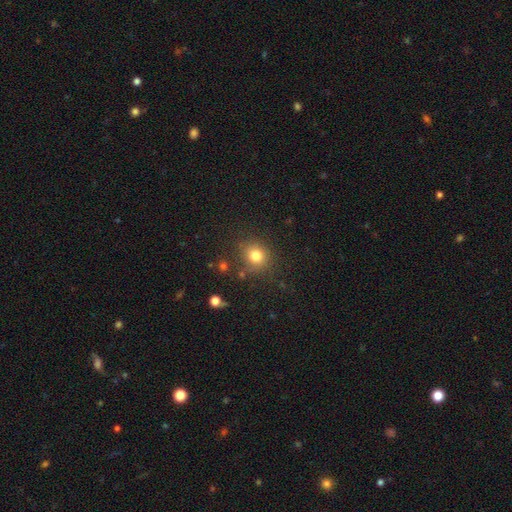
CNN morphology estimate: This appears to be a smooth galaxy with no disk features (80%) that is round (78%). Merging: none (81%).